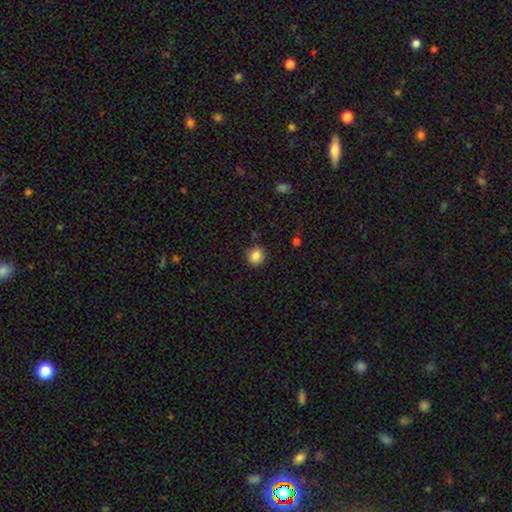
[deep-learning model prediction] A smooth galaxy with no disk features (85%) that is round (86%).

Vote fractions:
- Smooth or featured? smooth: 85% / star or artifact: 10% / featured or disk: 5%
- How rounded? round: 86% / in between: 13% / cigar-shaped: 1%
- Merging? none: 90% / minor disturbance: 7% / major disturbance: 2% / merger: 2%